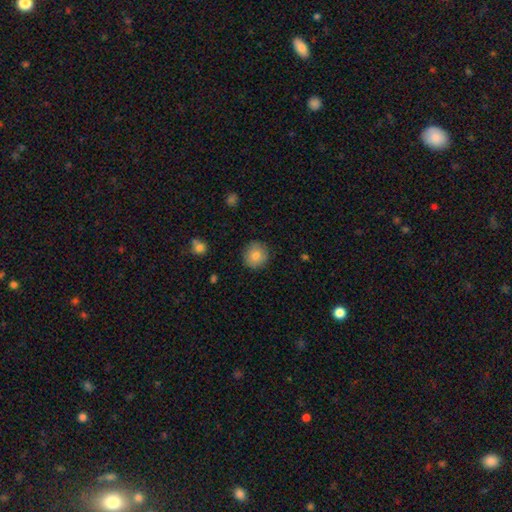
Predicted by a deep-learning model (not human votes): smooth_or_featured: smooth (p=0.84) [alt: star or artifact p=0.08]
how_rounded: round (p=0.92) [alt: in between p=0.07]
merging: none (p=0.88) [alt: minor disturbance p=0.09]